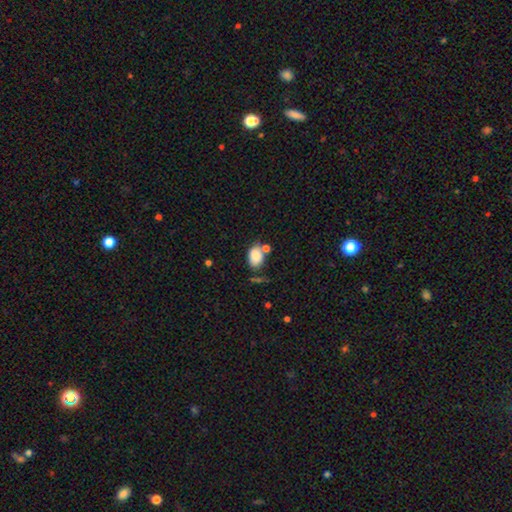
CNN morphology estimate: This is clearly a smooth galaxy (84%). How rounded: clearly in between (82%). Merging: possibly none (56%).